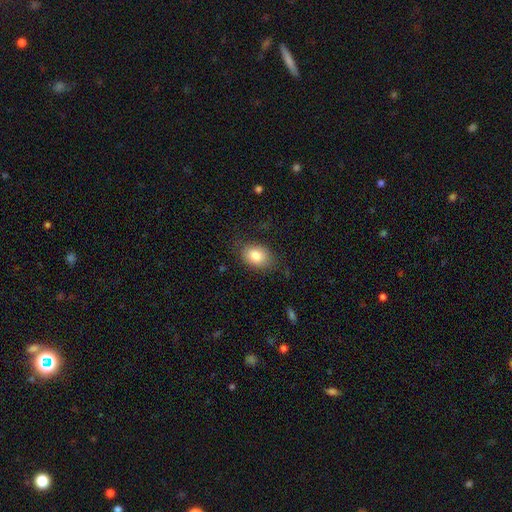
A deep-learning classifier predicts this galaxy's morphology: A smooth galaxy with no disk features (82%) that is in between round and cigar-shaped (74%).

Vote fractions:
- Smooth or featured? smooth: 82% / featured or disk: 10% / star or artifact: 8%
- How rounded? in between: 74% / round: 25% / cigar-shaped: 1%
- Merging? none: 76% / minor disturbance: 17% / major disturbance: 5% / merger: 1%